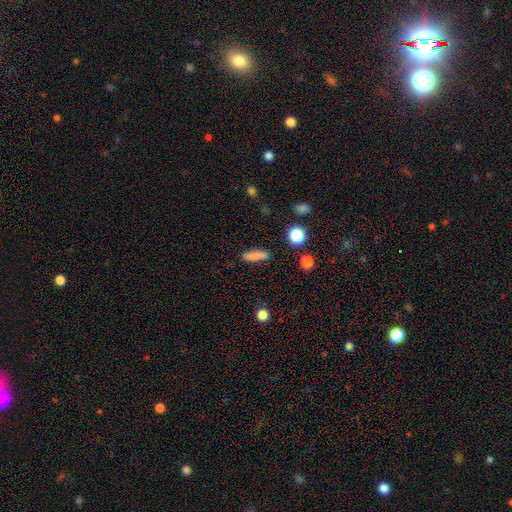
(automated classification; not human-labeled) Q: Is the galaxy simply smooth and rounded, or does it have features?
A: smooth — 81%.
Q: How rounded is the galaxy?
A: cigar-shaped — 66%.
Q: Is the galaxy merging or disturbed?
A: none — 83%.